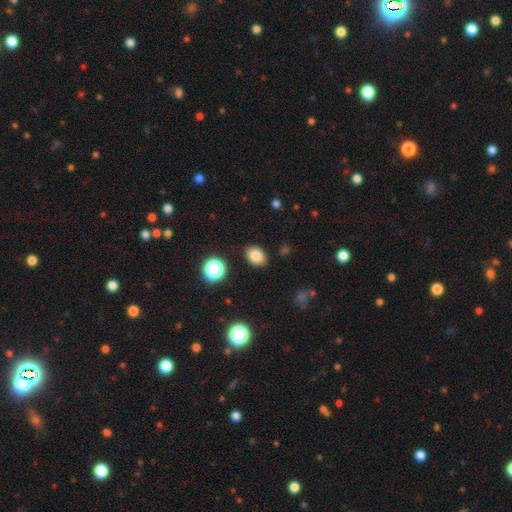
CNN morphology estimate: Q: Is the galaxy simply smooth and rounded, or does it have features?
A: smooth — 82%.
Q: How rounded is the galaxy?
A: in between — 74%.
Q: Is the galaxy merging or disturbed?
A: none — 87%.